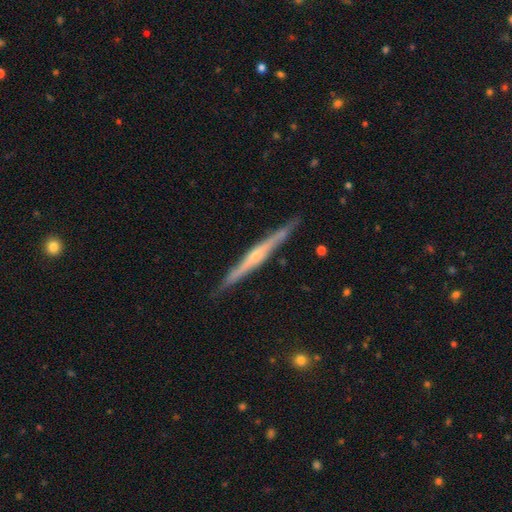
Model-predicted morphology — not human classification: smooth-or-featured: featured or disk: 76% | smooth: 18% | star or artifact: 6%
  disk-edge-on: yes: 97% | no: 3%
    edge-on-bulge: rounded: 63% | none: 28% | boxy: 9%
  merging: none: 88% | minor disturbance: 9% | major disturbance: 1% | merger: 1%